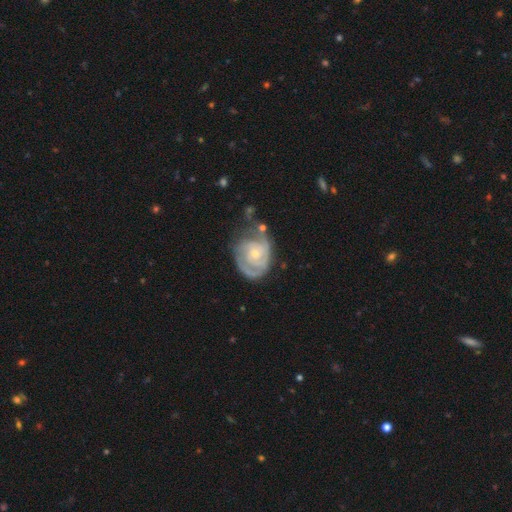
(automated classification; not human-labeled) The model was most divided on "spiral arm count": 2: 37%, can't tell: 33%, 1: 14%, 3: 10%, 4: 3%, more than 4: 3%. More confident: edge-on disk — no (97%); spiral arms — yes (85%); smooth or featured — featured or disk (74%); bar — no (70%); spiral winding — tight (64%); bulge size — small (55%); merging — none (54%).